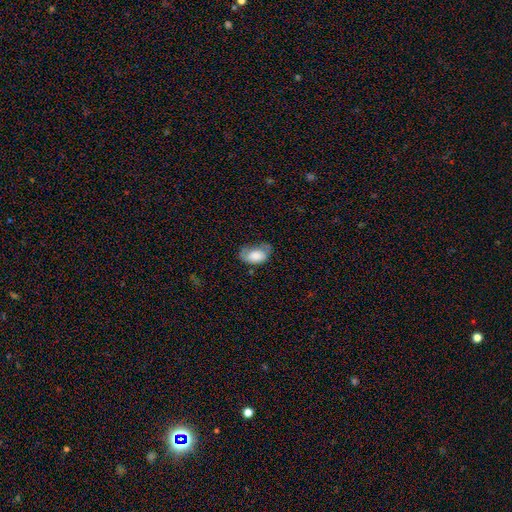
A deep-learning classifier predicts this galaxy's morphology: Smooth or featured? Predicted: smooth (p=0.73). How rounded? Predicted: in between (p=0.90). Merging? Predicted: none (p=0.38).